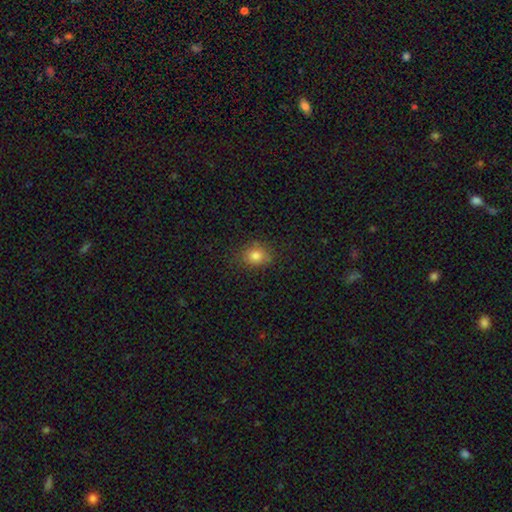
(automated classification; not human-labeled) This is clearly a smooth galaxy (81%). How rounded: possibly round (60%). Merging: likely none (79%).